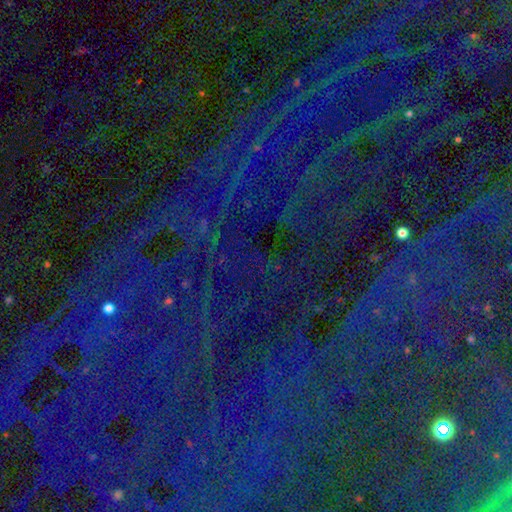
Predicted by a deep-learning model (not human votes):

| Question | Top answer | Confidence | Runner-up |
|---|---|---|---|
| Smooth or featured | star or artifact | 78% | smooth (14%) |